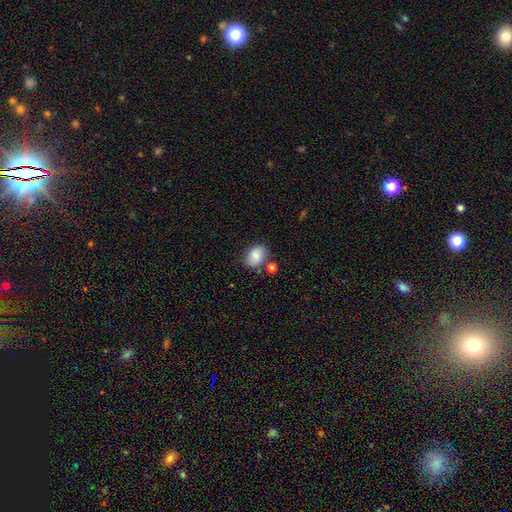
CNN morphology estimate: This is clearly a smooth galaxy (81%). How rounded: likely in between (69%). Merging: likely none (68%).